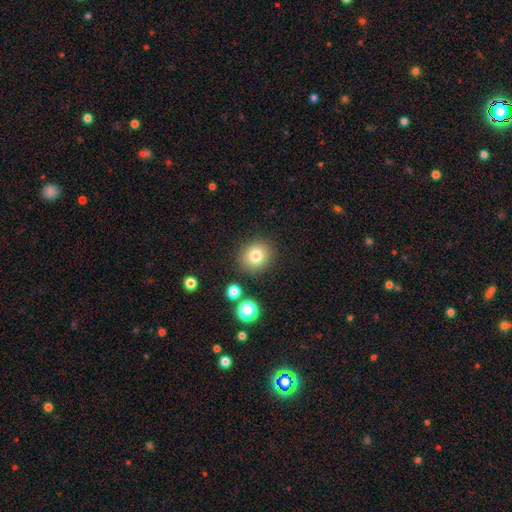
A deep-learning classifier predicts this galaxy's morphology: Smooth or featured: smooth — 80% (star or artifact — 11%)
How rounded: round — 81% (in between — 18%)
Merging: none — 87% (minor disturbance — 8%)